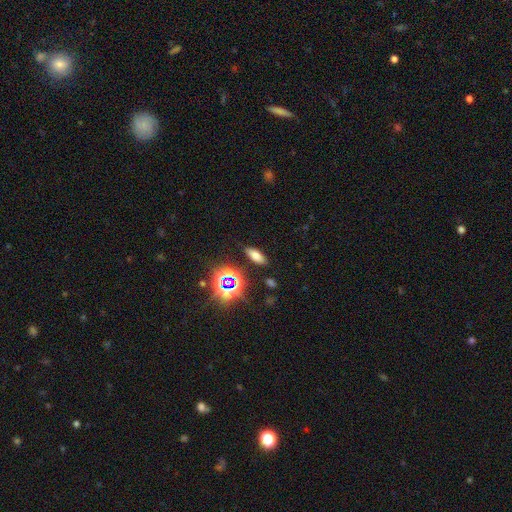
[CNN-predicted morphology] type=smooth (64%); roundness=in between (72%); merging=none (86%).